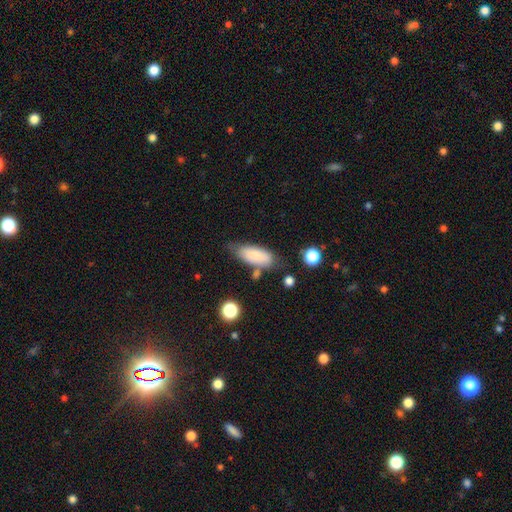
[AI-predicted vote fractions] A smooth galaxy with no disk features (78%) that is in between round and cigar-shaped (85%). Merging: none (60%).